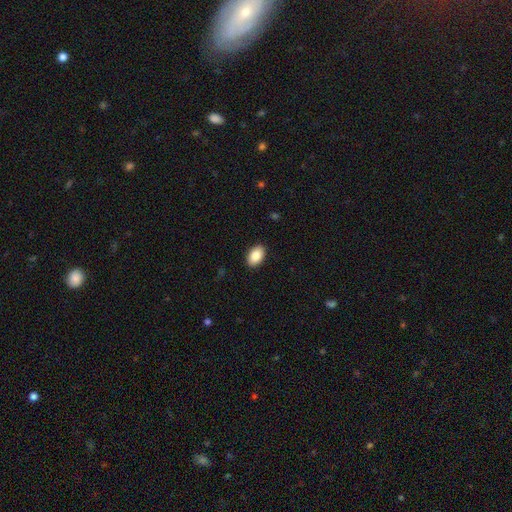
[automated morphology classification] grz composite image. It shows a smooth galaxy with no disk features (87%) that is in between round and cigar-shaped (91%). Merging: none (90%).